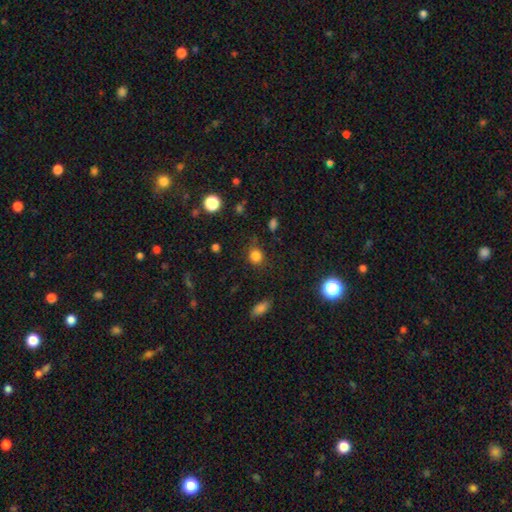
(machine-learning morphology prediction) smooth-or-featured: smooth: 82% | star or artifact: 14% | featured or disk: 5%
  how-rounded: round: 82% | in between: 17% | cigar-shaped: 1%
  merging: none: 77% | minor disturbance: 16% | major disturbance: 5% | merger: 2%